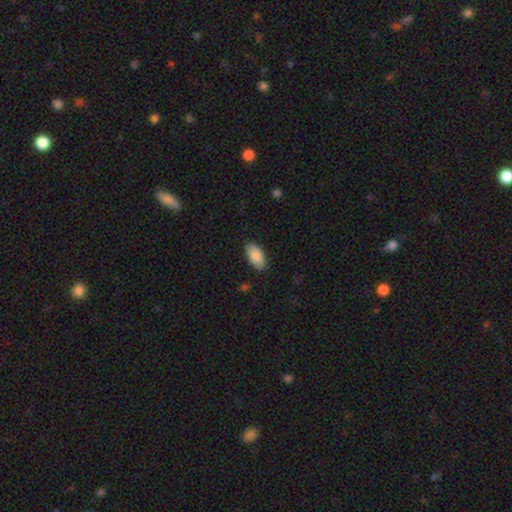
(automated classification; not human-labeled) Smooth or featured? smooth (87%)
How rounded? in between (94%)
Merging? none (86%)